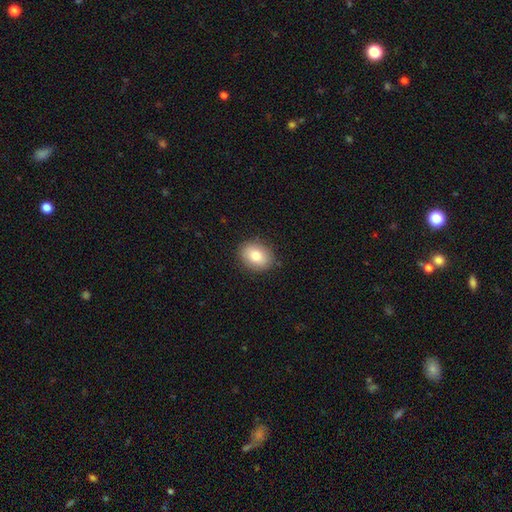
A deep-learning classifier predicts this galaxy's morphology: This is clearly a smooth galaxy (81%). How rounded: possibly in between (58%). Merging: clearly none (86%).